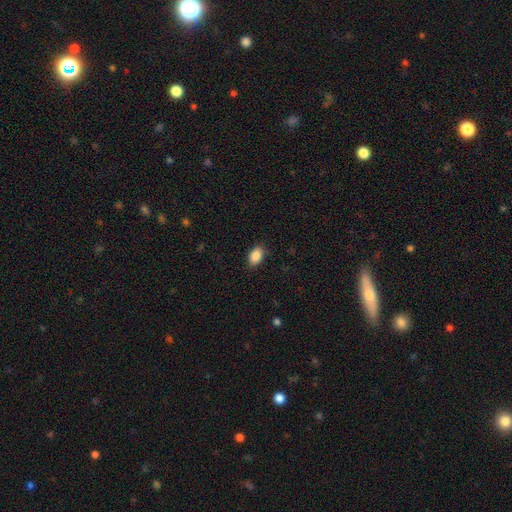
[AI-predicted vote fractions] Morphology: type=smooth (88%); roundness=in between (88%); merging=none (82%).